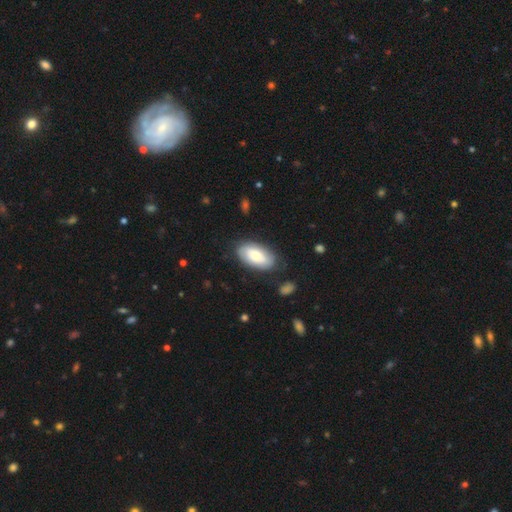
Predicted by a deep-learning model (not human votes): Q: Smooth or featured?
A: smooth (61%); runner-up: featured or disk (34%)
Q: How rounded?
A: in between (94%); runner-up: round (3%)
Q: Merging?
A: none (77%); runner-up: minor disturbance (16%)